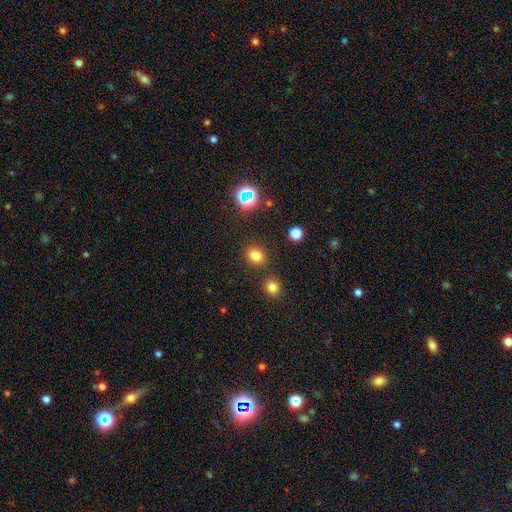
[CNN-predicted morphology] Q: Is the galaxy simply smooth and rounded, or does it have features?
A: smooth — 78%.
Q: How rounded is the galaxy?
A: round — 69%.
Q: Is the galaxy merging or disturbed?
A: none — 84%.